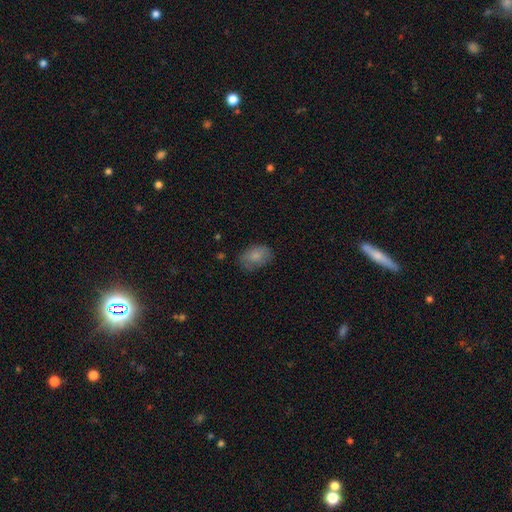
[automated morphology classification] The model was most divided on "merging": none: 70%, minor disturbance: 23%, major disturbance: 6%, merger: 1%. More confident: how rounded — in between (83%); smooth or featured — smooth (81%).